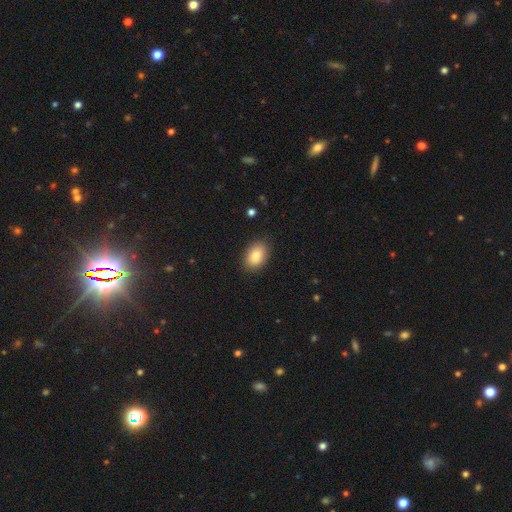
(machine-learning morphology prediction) Smooth or featured? smooth (84%)
How rounded? in between (84%)
Merging? none (87%)